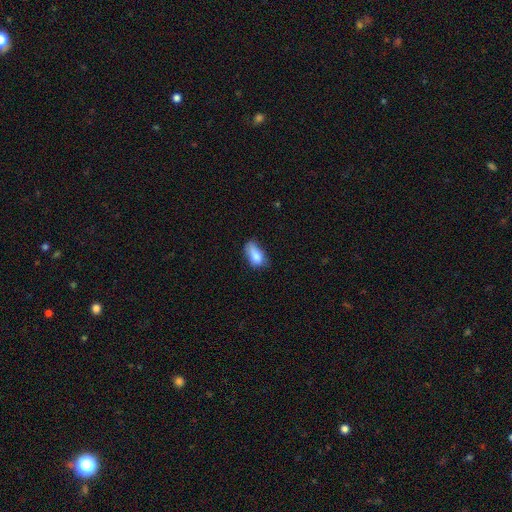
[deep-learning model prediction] smooth 80%, featured or disk 11%, star or artifact 8%. Down the decision tree: how rounded — in between (89%); merging — none (40%, tied with minor disturbance).